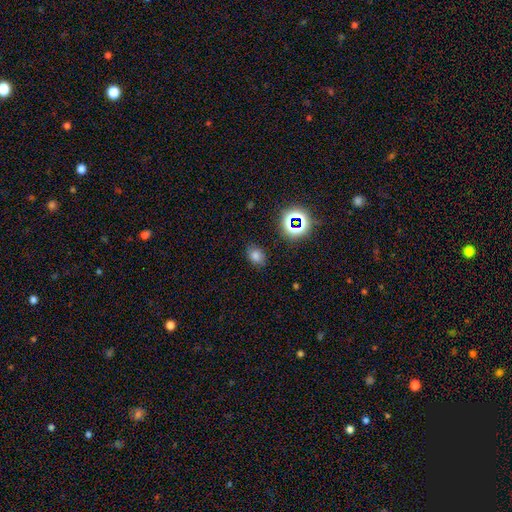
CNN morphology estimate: smooth_or_featured: smooth (p=0.70) [alt: star or artifact p=0.20]
how_rounded: in between (p=0.69) [alt: round p=0.30]
merging: none (p=0.82) [alt: minor disturbance p=0.13]